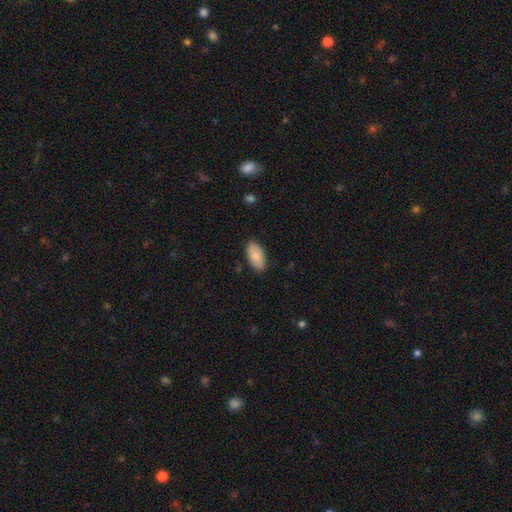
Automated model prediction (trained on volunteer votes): This appears to be a smooth galaxy with no disk features (83%) that is in between round and cigar-shaped (94%). Merging: none (86%).